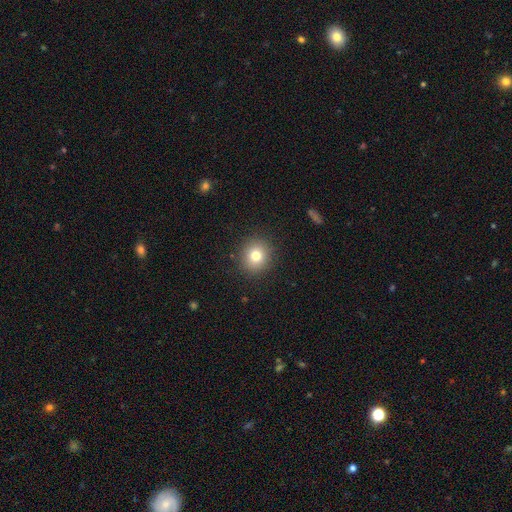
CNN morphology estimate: Overall: smooth (77%). How rounded: round (88%). Merging: none (90%).